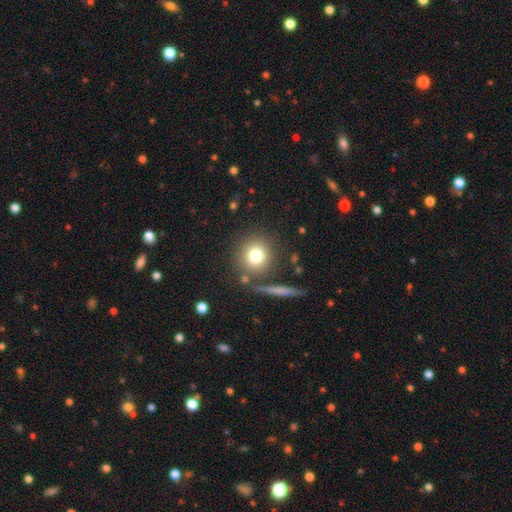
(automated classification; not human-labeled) The model was most divided on "smooth or featured": smooth: 78%, star or artifact: 12%, featured or disk: 11%. More confident: how rounded — round (90%); merging — none (79%).